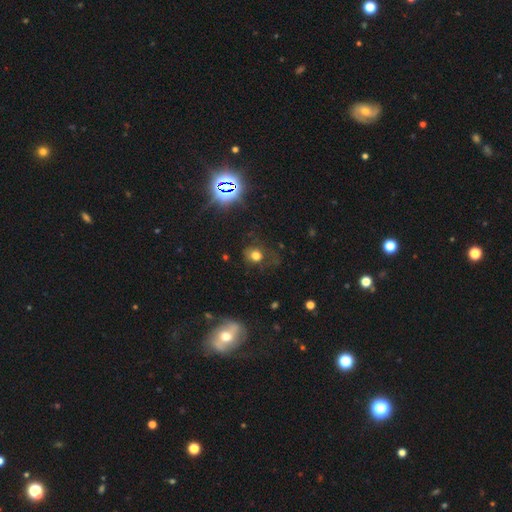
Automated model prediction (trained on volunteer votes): Overall: smooth (65%). How rounded: round (74%). Merging: none (62%).